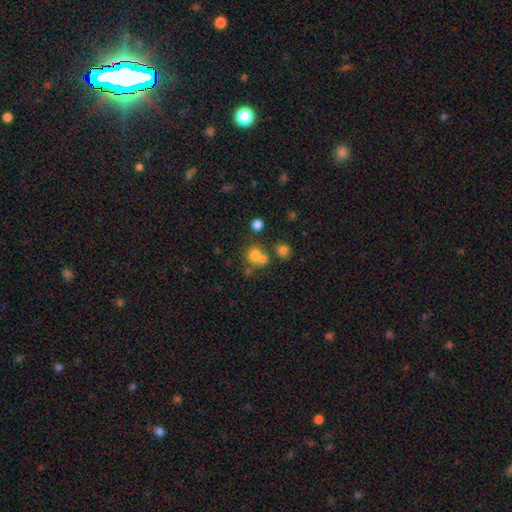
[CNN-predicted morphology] Smooth or featured?
  - smooth: 73% *
  - star or artifact: 16%
  - featured or disk: 12%
How rounded?
  - round: 82% *
  - in between: 17%
  - cigar-shaped: 1%
Merging?
  - none: 49% *
  - merger: 37%
  - minor disturbance: 9%
  - major disturbance: 5%